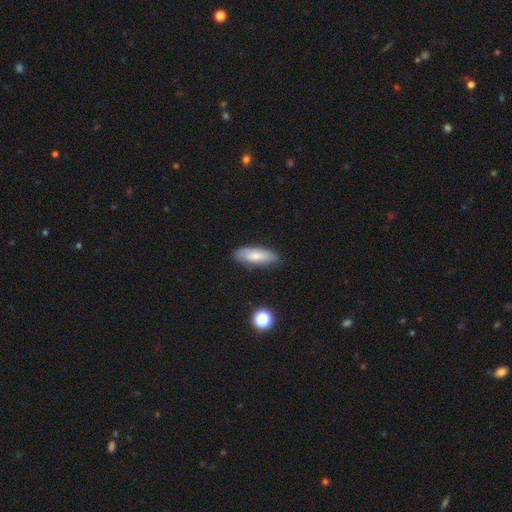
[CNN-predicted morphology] smooth 73%, featured or disk 19%, star or artifact 7%. Down the decision tree: how rounded — in between (65%); merging — none (78%).